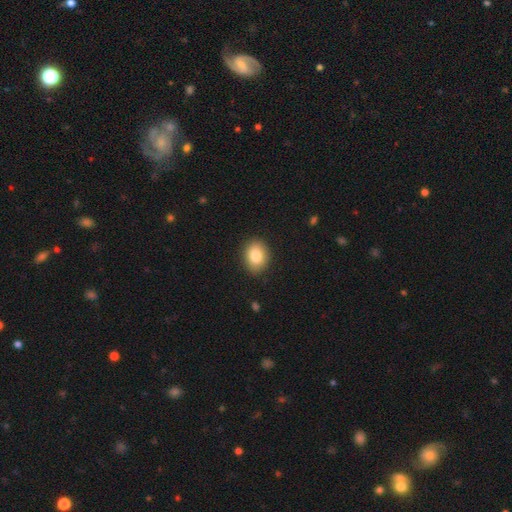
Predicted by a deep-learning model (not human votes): A smooth galaxy with no disk features (84%) that is in between round and cigar-shaped (65%).

Vote fractions:
- Smooth or featured? smooth: 84% / featured or disk: 8% / star or artifact: 8%
- How rounded? in between: 65% / round: 34% / cigar-shaped: 1%
- Merging? none: 87% / minor disturbance: 10% / major disturbance: 2% / merger: 1%